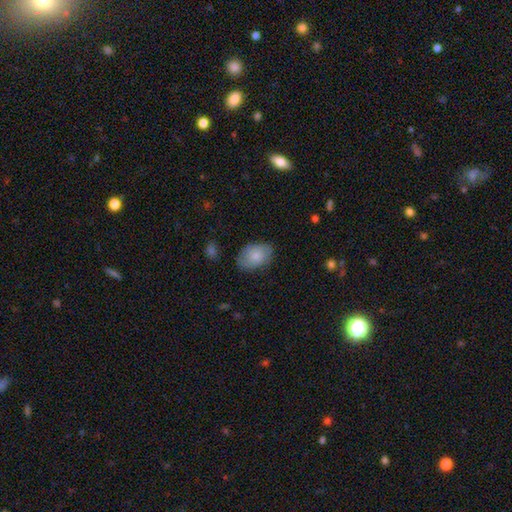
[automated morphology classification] The model was most divided on "merging": none: 76%, minor disturbance: 18%, major disturbance: 4%, merger: 1%. More confident: how rounded — in between (85%); smooth or featured — smooth (76%).